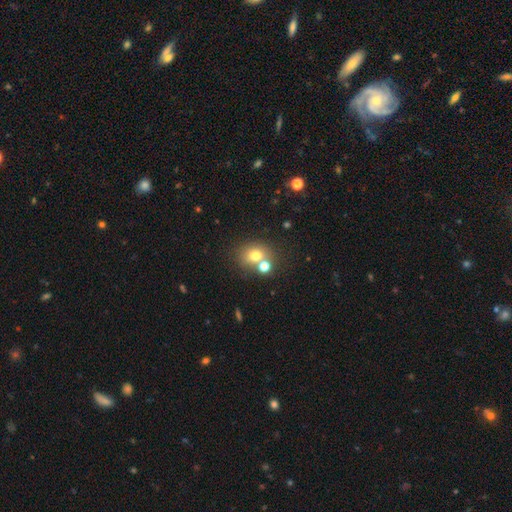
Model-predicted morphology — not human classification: The model was most divided on "merging": none: 56%, merger: 30%, minor disturbance: 10%, major disturbance: 4%. More confident: smooth or featured — smooth (71%); how rounded — round (68%).